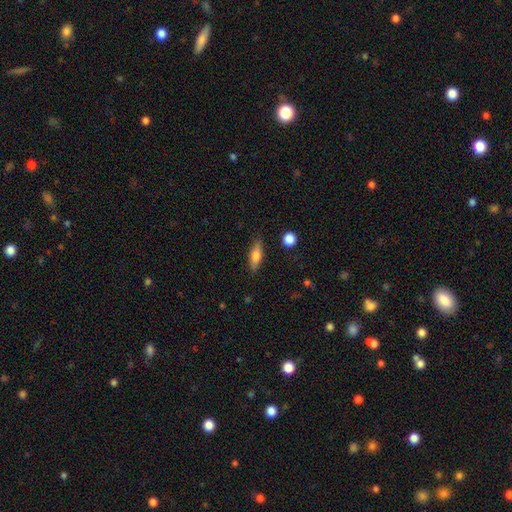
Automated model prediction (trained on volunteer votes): Morphology: type=smooth (64%); roundness=in between (48%, tied with cigar-shaped); merging=none (85%).